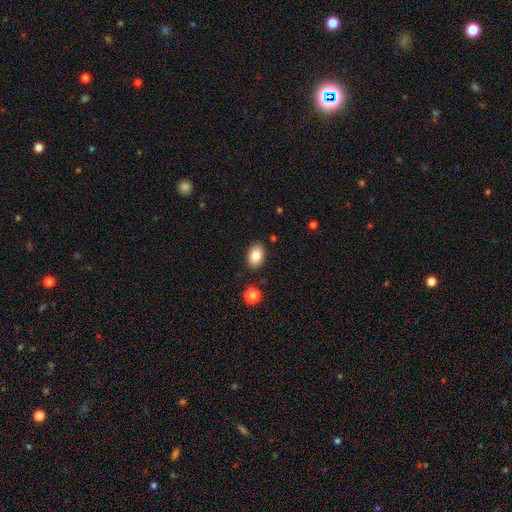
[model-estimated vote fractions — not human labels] The model was most divided on "how rounded": in between: 84%, round: 15%, cigar-shaped: 1%. More confident: merging — none (86%); smooth or featured — smooth (84%).